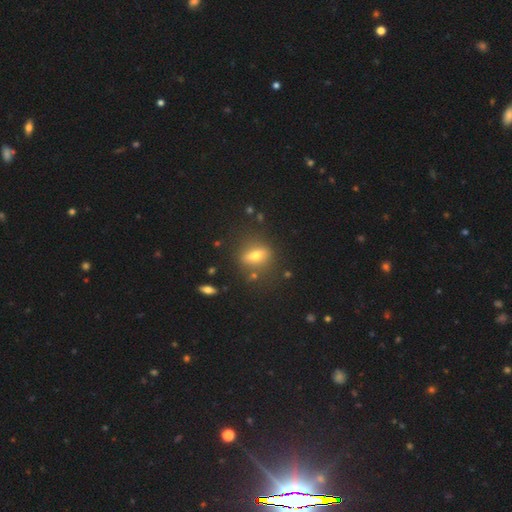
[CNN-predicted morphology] type=smooth (50%); roundness=in between (53%); merging=none (78%).